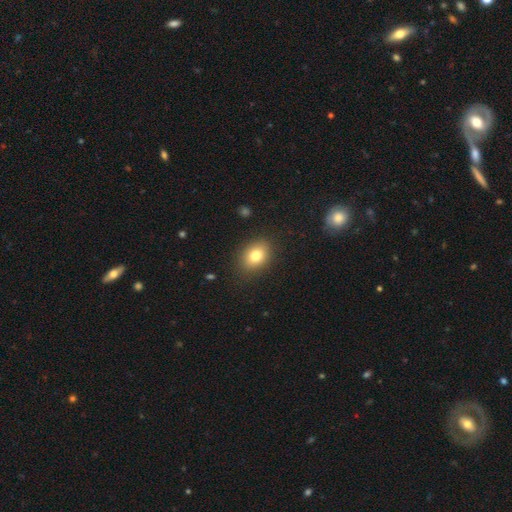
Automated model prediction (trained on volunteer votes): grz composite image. It shows a smooth galaxy with no disk features (79%) that is in between round and cigar-shaped (63%). Merging: none (87%).